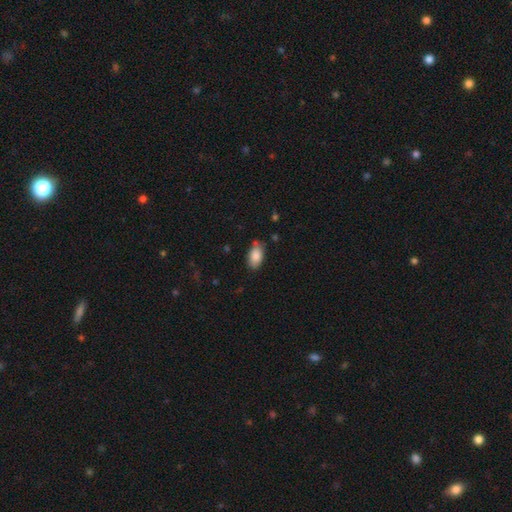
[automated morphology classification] smooth 86%, featured or disk 8%, star or artifact 7%. Down the decision tree: how rounded — in between (93%); merging — none (75%).